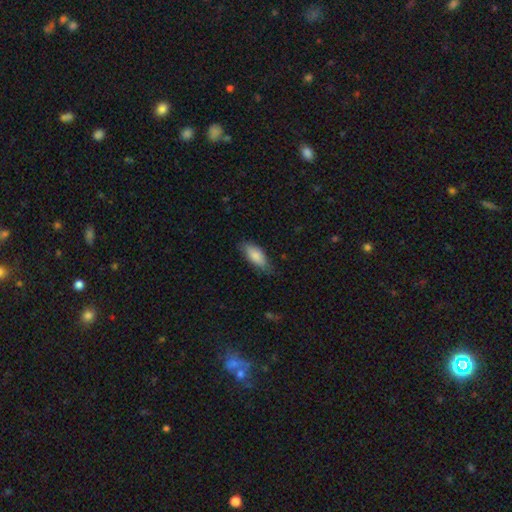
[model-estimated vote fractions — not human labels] Smooth or featured? Predicted: smooth (p=0.84). How rounded? Predicted: in between (p=0.80). Merging? Predicted: none (p=0.72).